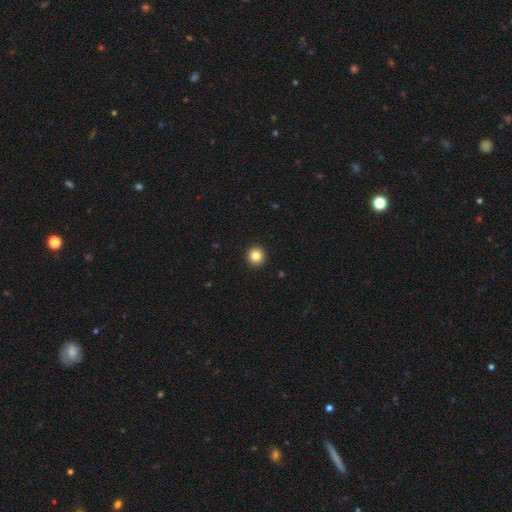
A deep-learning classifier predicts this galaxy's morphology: This is clearly a smooth galaxy (85%). How rounded: clearly round (92%). Merging: clearly none (94%).